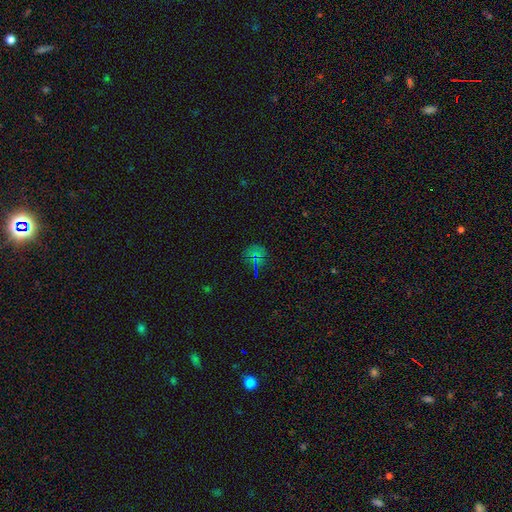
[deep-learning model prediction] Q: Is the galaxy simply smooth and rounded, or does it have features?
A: star or artifact — 51%.